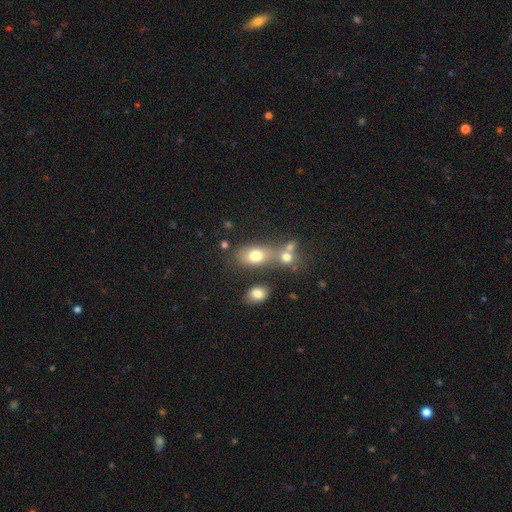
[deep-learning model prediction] The model was most divided on "merging": none: 47%, merger: 33%, minor disturbance: 13%, major disturbance: 7%. More confident: how rounded — in between (77%); smooth or featured — smooth (73%).